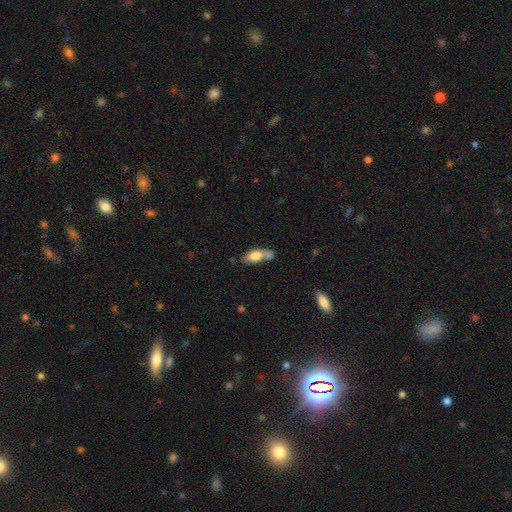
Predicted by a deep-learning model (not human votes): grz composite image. It shows a smooth galaxy with no disk features (71%) that is in between round and cigar-shaped (74%). Merging: none (42%).